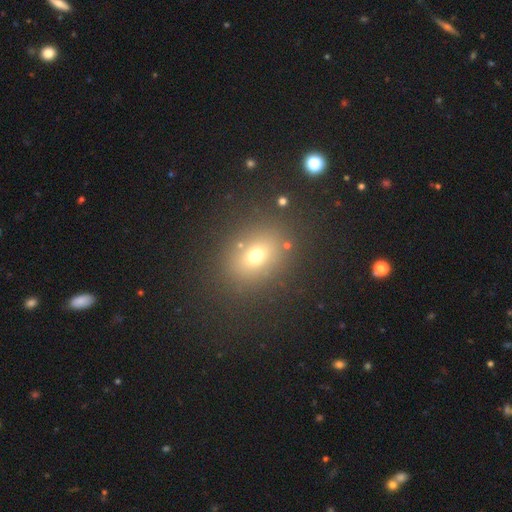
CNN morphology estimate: Smooth or featured: smooth — 69% (star or artifact — 19%)
How rounded: in between — 53% (round — 45%)
Merging: none — 83% (minor disturbance — 10%)